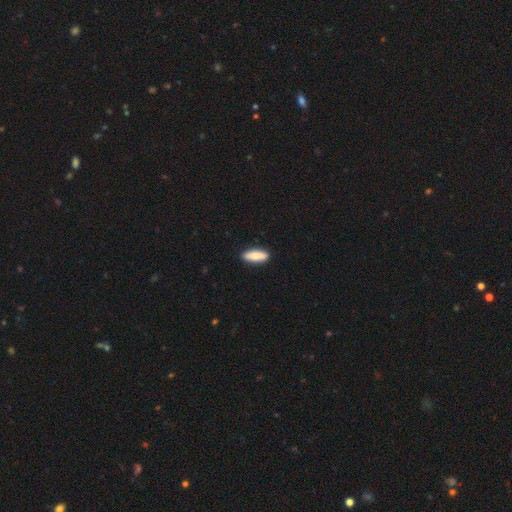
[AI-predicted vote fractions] This is likely a smooth galaxy (77%). How rounded: possibly in between (57%). Merging: clearly none (89%).